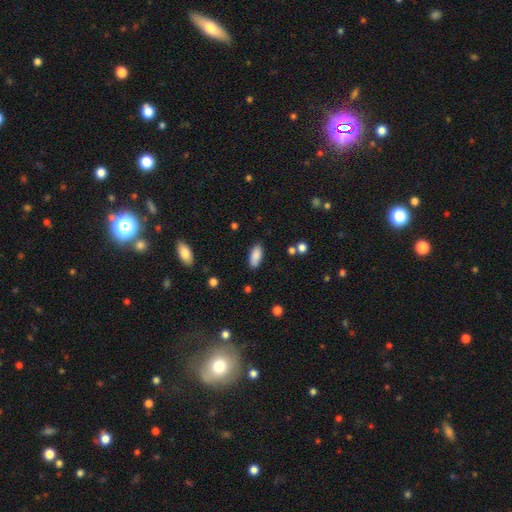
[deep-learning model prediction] The model was most divided on "how rounded": in between: 86%, cigar-shaped: 12%, round: 2%. More confident: smooth or featured — smooth (88%); merging — none (86%).